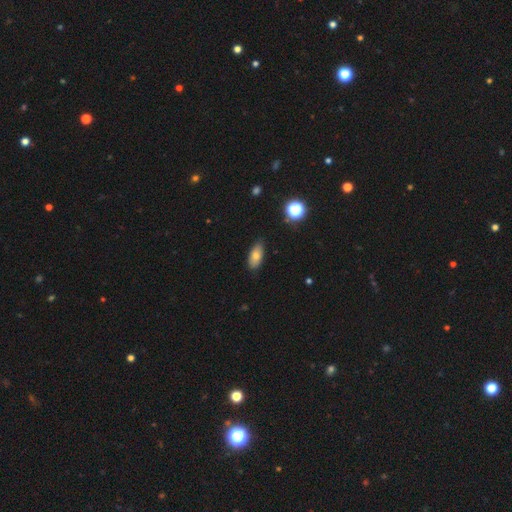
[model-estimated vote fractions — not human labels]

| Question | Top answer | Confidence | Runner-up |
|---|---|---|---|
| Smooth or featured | smooth | 74% | featured or disk (16%) |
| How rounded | in between | 85% | cigar-shaped (9%) |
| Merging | none | 83% | minor disturbance (14%) |